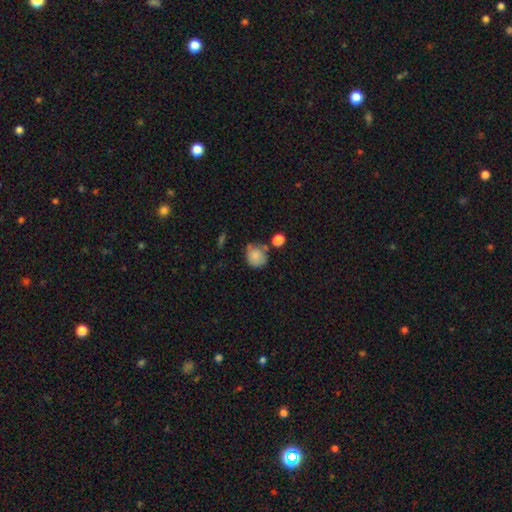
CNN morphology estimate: This is clearly a smooth galaxy (81%). How rounded: likely round (80%). Merging: possibly none (56%).